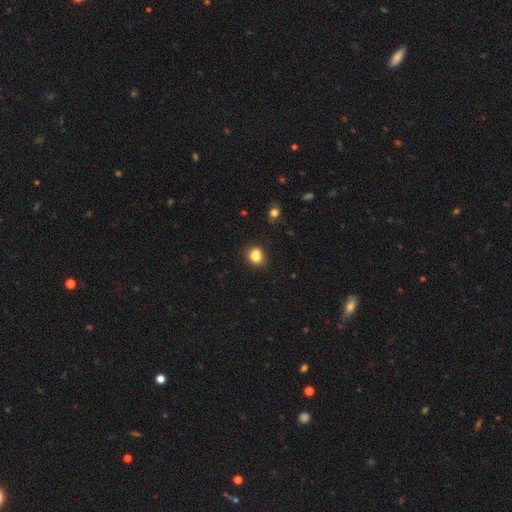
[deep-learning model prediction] Overall: smooth (81%). How rounded: round (54%; in between 45%). Merging: none (63%).